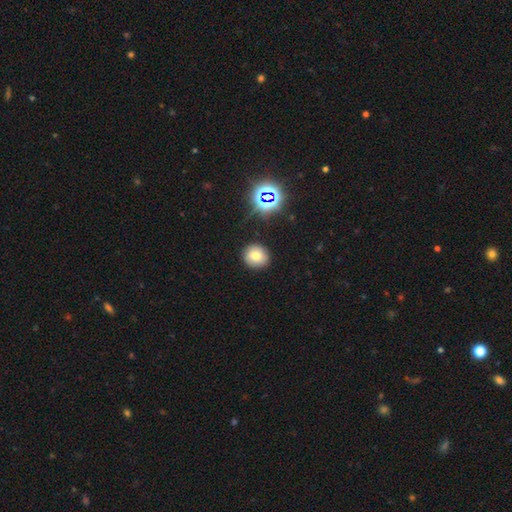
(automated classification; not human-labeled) Q: Smooth or featured?
A: smooth (71%); runner-up: star or artifact (16%)
Q: How rounded?
A: round (86%); runner-up: in between (13%)
Q: Merging?
A: none (87%); runner-up: minor disturbance (9%)